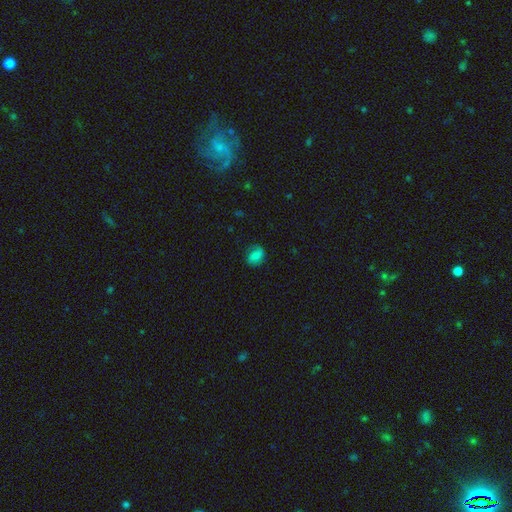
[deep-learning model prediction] Overall: smooth (69%). How rounded: in between (52%; round 47%). Merging: none (74%).